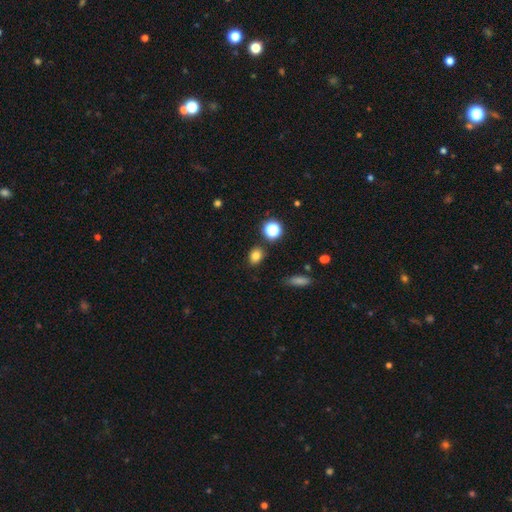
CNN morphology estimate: Smooth or featured: smooth — 80% (star or artifact — 14%)
How rounded: in between — 57% (round — 41%)
Merging: none — 84% (minor disturbance — 10%)